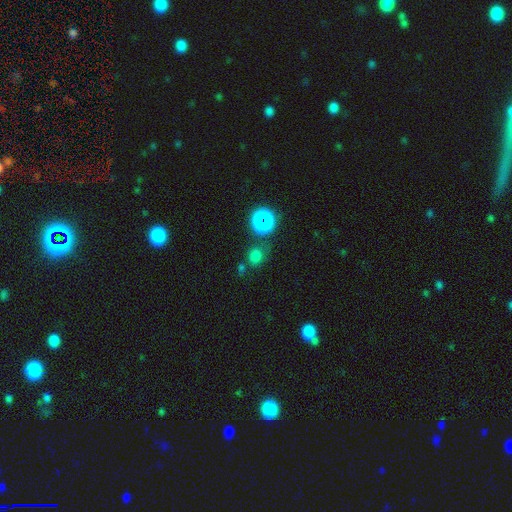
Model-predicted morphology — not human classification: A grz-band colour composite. It shows a smooth galaxy with no disk features (69%) that is round (74%). Merging: none (69%).